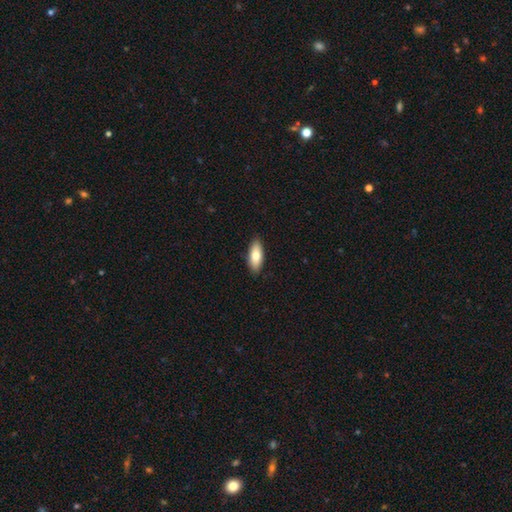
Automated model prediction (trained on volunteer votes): This is likely a smooth galaxy (78%). How rounded: likely in between (78%). Merging: clearly none (88%).